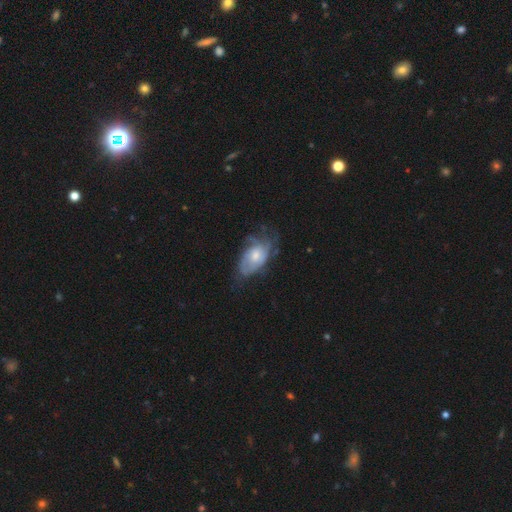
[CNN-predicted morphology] Smooth or featured? Predicted: featured or disk (p=0.75). Edge-on disk? Predicted: no (p=0.95). Bar? Predicted: no (p=0.73). Spiral arms? Predicted: yes (p=0.89). Spiral winding? Predicted: tight (p=0.49). Spiral arm count? Predicted: can't tell (p=0.42). Bulge size? Predicted: moderate (p=0.58). Merging? Predicted: none (p=0.53).